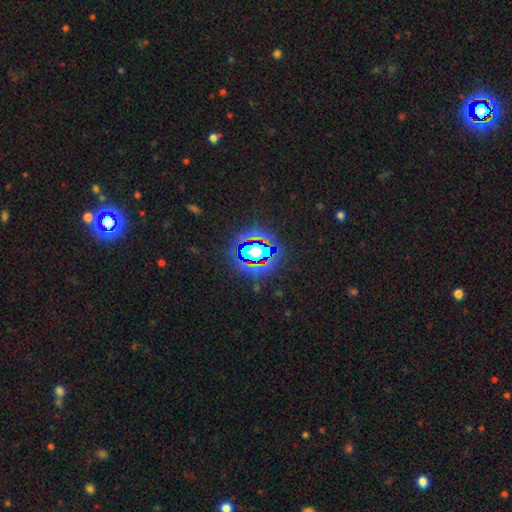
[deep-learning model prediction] Smooth or featured?
  - star or artifact: 81% *
  - smooth: 12%
  - featured or disk: 7%